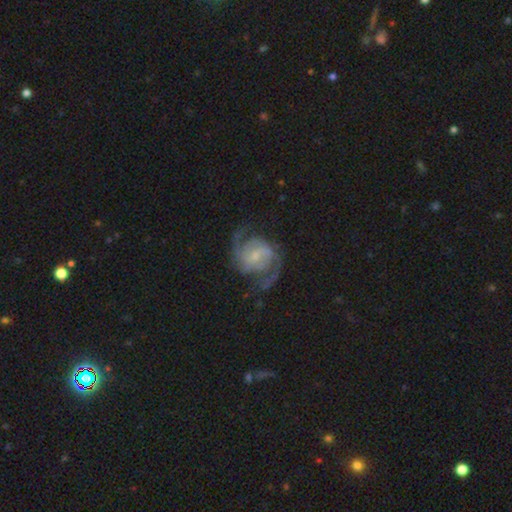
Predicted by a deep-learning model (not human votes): smooth-or-featured: featured or disk: 87% | smooth: 7% | star or artifact: 5%
  disk-edge-on: no: 98% | yes: 2%
    bar: weak: 46% | no: 42% | strong: 12%
    has-spiral-arms: yes: 97% | no: 3%
      spiral-winding: medium: 53% | loose: 28% | tight: 19%
      spiral-arm-count: 2: 89% | can't tell: 3% | 3: 3% | 1: 2% | 4: 1% | more than 4: 1%
    bulge-size: small: 62% | moderate: 25% | none: 8% | large: 4% | dominant: 1%
  merging: none: 70% | minor disturbance: 16% | major disturbance: 13% | merger: 2%